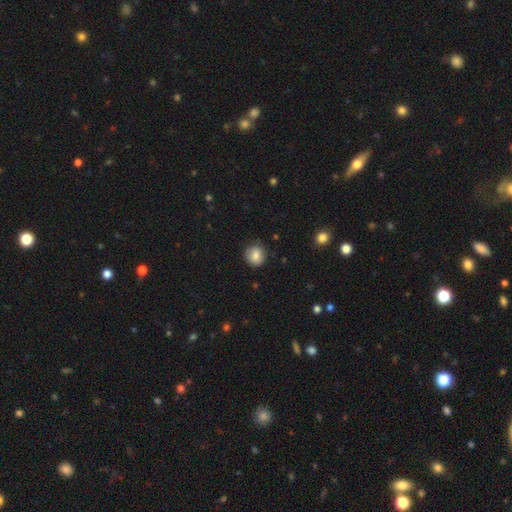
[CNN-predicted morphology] The model was most divided on "how rounded": round: 83%, in between: 16%, cigar-shaped: 1%. More confident: merging — none (83%); smooth or featured — smooth (81%).